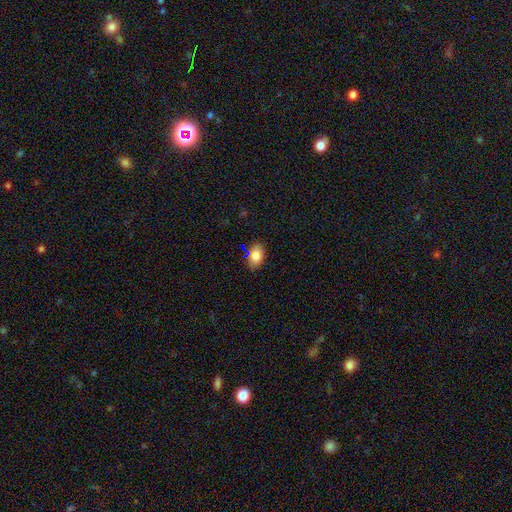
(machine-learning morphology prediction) A smooth galaxy with no disk features (82%) that is in between round and cigar-shaped (85%).

Vote fractions:
- Smooth or featured? smooth: 82% / star or artifact: 10% / featured or disk: 9%
- How rounded? in between: 85% / round: 14% / cigar-shaped: 2%
- Merging? none: 83% / minor disturbance: 13% / major disturbance: 3% / merger: 2%